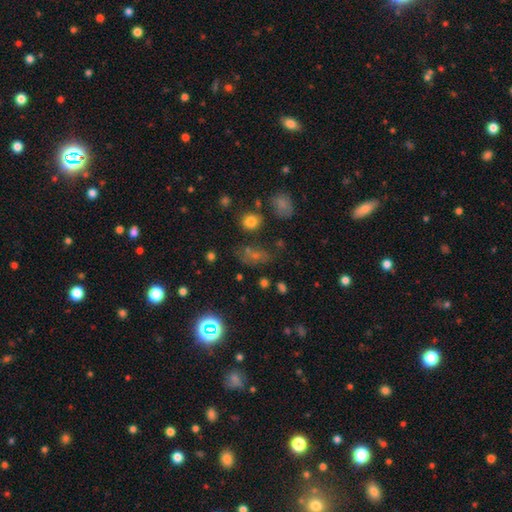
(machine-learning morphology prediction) Q: Smooth or featured?
A: smooth (44%); runner-up: star or artifact (41%)
Q: Merging?
A: none (66%); runner-up: minor disturbance (17%)